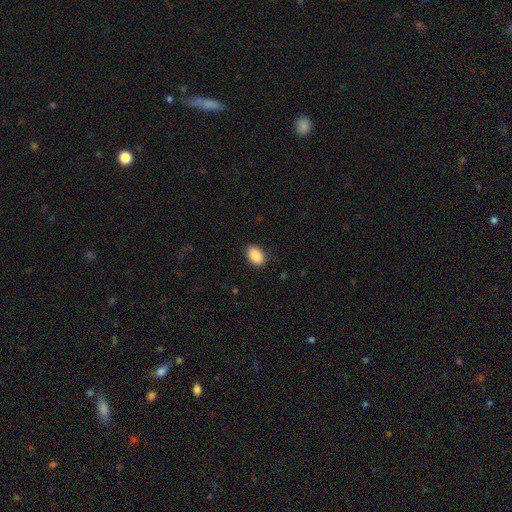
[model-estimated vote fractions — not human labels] This appears to be a smooth galaxy with no disk features (90%) that is in between round and cigar-shaped (90%). Merging: none (84%).